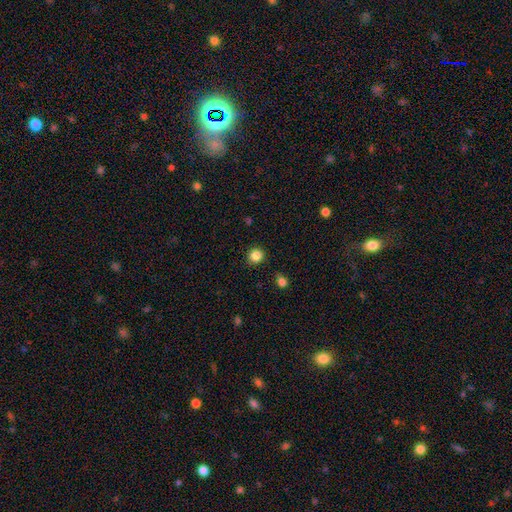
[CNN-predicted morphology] A smooth galaxy with no disk features (84%) that is round (92%).

Vote fractions:
- Smooth or featured? smooth: 84% / star or artifact: 11% / featured or disk: 4%
- How rounded? round: 92% / in between: 7% / cigar-shaped: 1%
- Merging? none: 90% / minor disturbance: 6% / major disturbance: 2% / merger: 1%